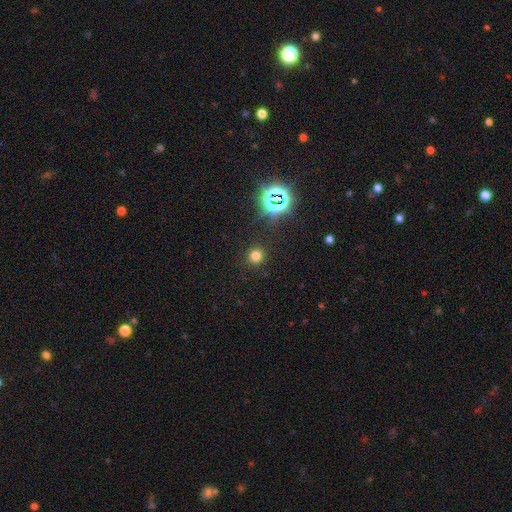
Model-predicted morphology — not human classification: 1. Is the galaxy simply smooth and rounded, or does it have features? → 71% smooth, 23% star or artifact, 6% featured or disk.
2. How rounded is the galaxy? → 92% round, 7% in between, 1% cigar-shaped.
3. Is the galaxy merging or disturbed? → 90% none, 6% minor disturbance, 3% major disturbance, 1% merger.